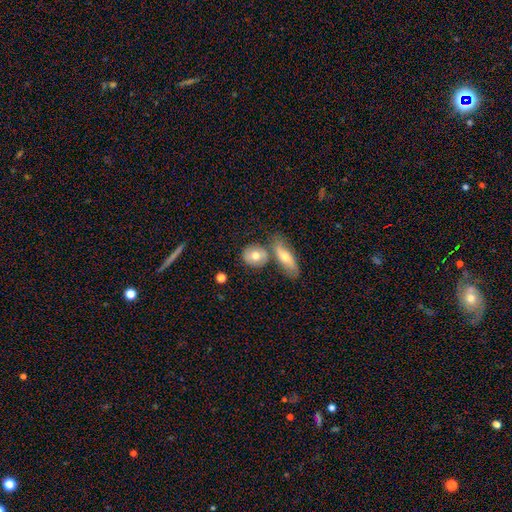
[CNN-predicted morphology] This is likely a smooth galaxy (70%). How rounded: possibly round (54%). Merging: possibly none (57%).